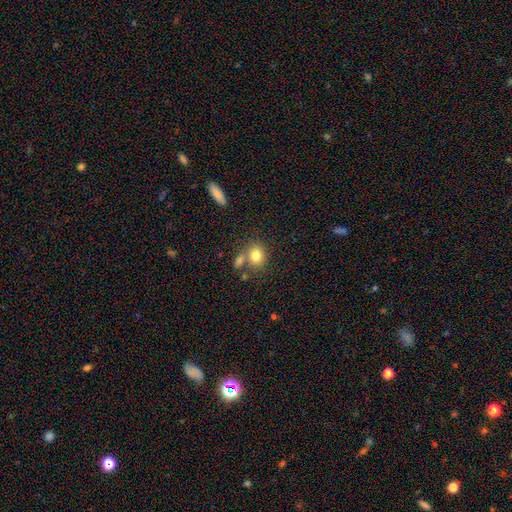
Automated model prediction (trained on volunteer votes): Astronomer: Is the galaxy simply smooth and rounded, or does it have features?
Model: smooth — 80%.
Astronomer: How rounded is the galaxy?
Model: round — 57% (runner-up: in between, 42%).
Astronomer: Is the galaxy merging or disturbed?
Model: none — 58%.